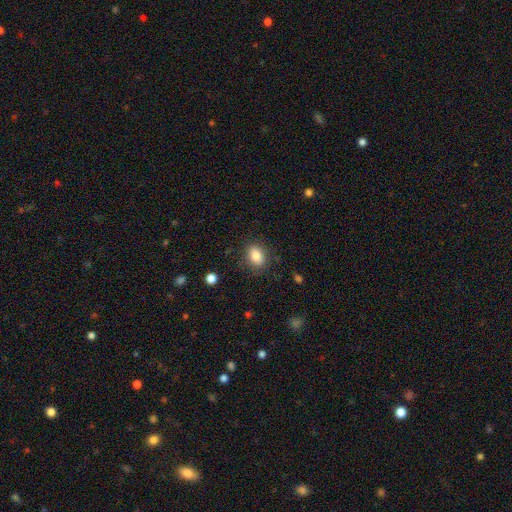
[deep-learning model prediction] A smooth galaxy with no disk features (84%) that is in between round and cigar-shaped (75%). Merging: none (83%).